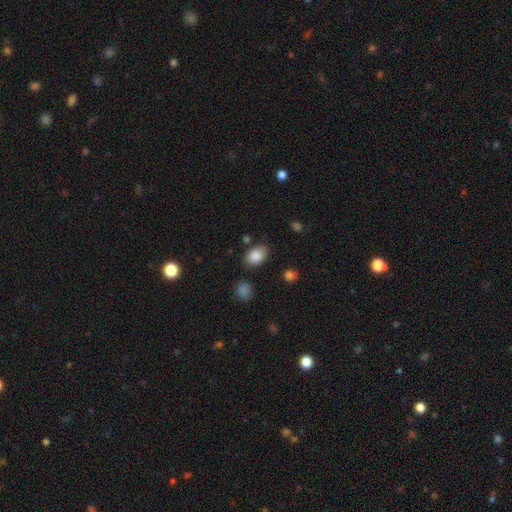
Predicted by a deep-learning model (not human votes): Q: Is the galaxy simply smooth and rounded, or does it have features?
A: smooth — 86%.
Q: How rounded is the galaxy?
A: in between — 80%.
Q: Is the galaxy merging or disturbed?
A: none — 77%.